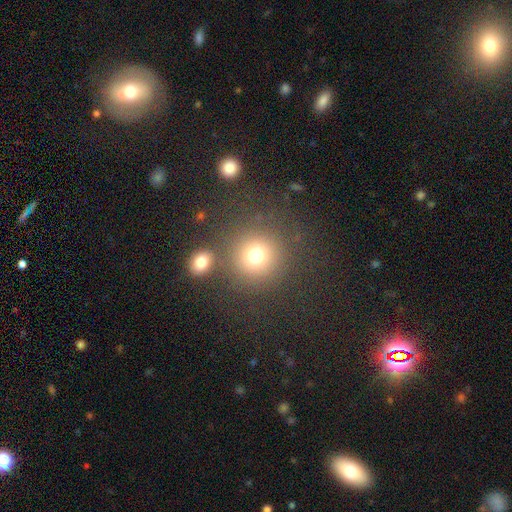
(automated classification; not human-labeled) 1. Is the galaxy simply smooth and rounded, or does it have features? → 76% smooth, 15% star or artifact, 9% featured or disk.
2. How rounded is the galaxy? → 90% round, 9% in between, 1% cigar-shaped.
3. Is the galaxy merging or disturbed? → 74% none, 12% merger, 8% minor disturbance, 5% major disturbance.